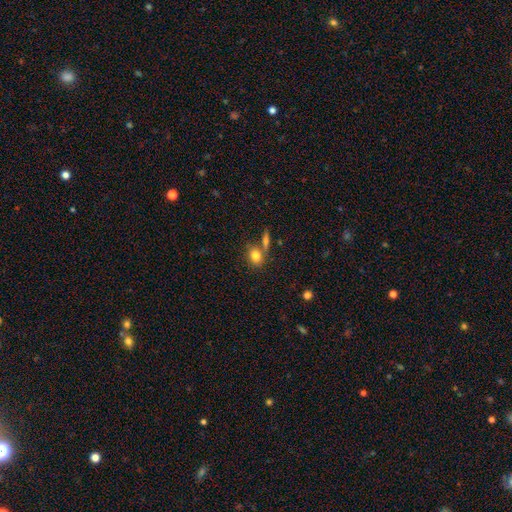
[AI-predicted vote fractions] smooth-or-featured: smooth: 80% | featured or disk: 10% | star or artifact: 10%
  how-rounded: in between: 58% | round: 39% | cigar-shaped: 3%
  merging: none: 58% | merger: 24% | minor disturbance: 13% | major disturbance: 5%